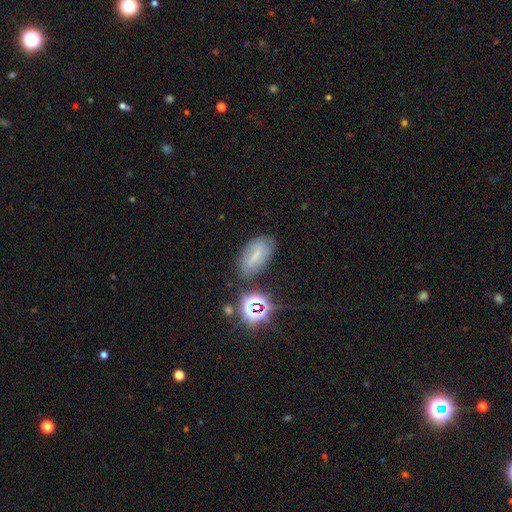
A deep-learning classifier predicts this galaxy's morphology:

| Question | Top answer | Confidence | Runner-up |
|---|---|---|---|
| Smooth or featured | smooth | 47% | featured or disk (31%) |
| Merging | none | 70% | minor disturbance (19%) |